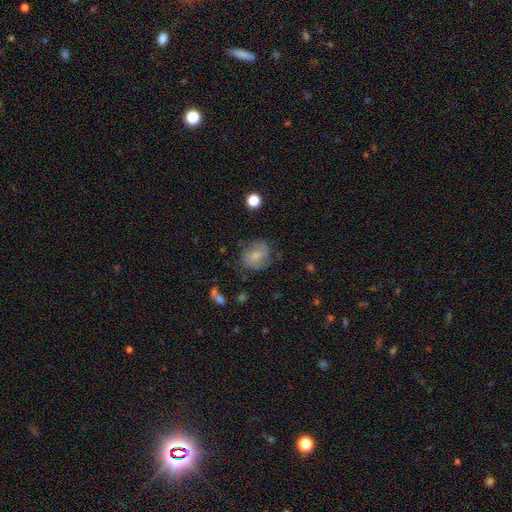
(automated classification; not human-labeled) Morphology: type=smooth (59%); roundness=round (64%); merging=none (58%).